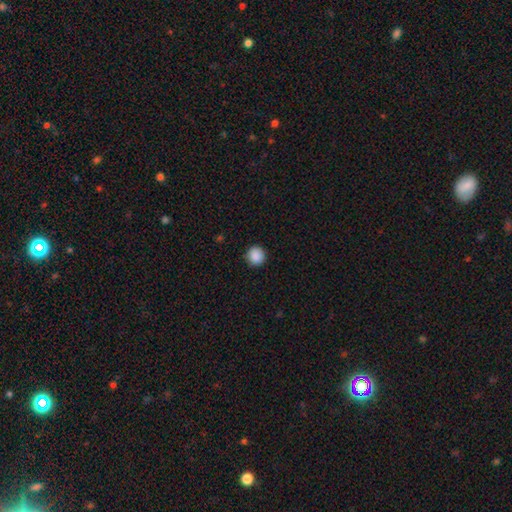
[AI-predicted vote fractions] This is clearly a smooth galaxy (89%). How rounded: clearly round (92%). Merging: clearly none (91%).